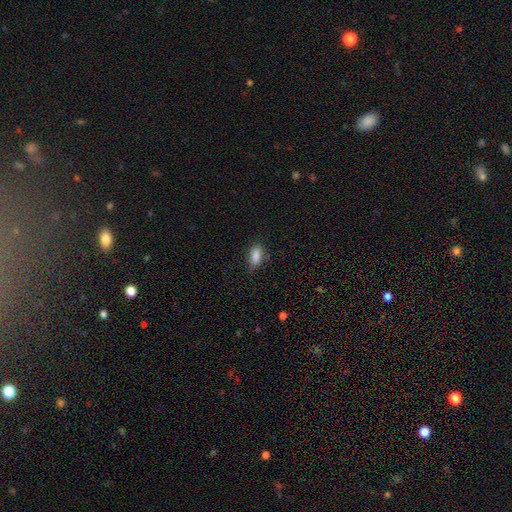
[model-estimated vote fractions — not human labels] Q: Smooth or featured?
A: smooth (85%); runner-up: star or artifact (8%)
Q: How rounded?
A: in between (84%); runner-up: cigar-shaped (11%)
Q: Merging?
A: none (67%); runner-up: minor disturbance (26%)